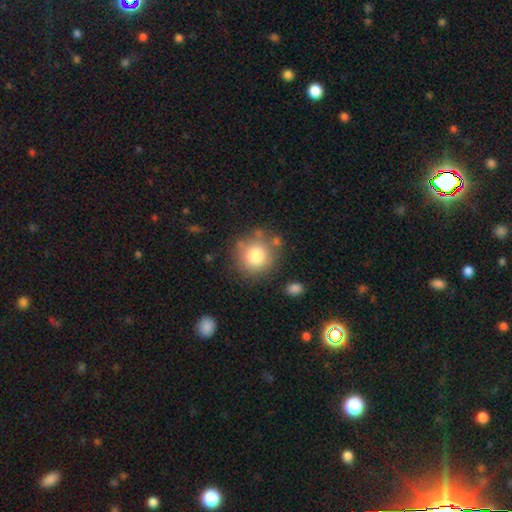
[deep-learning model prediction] The model was most divided on "merging": none: 74%, minor disturbance: 14%, merger: 6%, major disturbance: 5%. More confident: how rounded — round (91%); smooth or featured — smooth (80%).